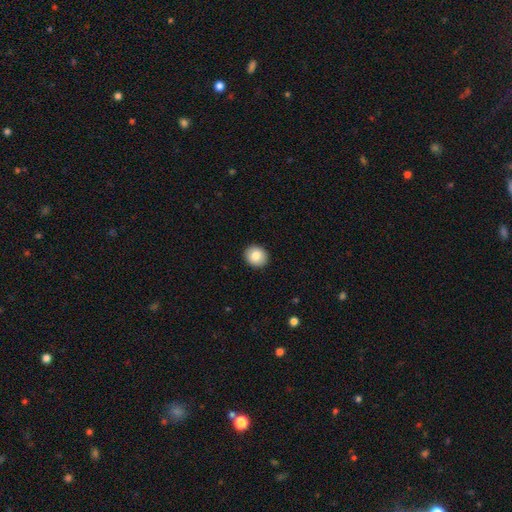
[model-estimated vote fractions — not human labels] This is clearly a smooth galaxy (85%). How rounded: clearly round (82%). Merging: clearly none (92%).